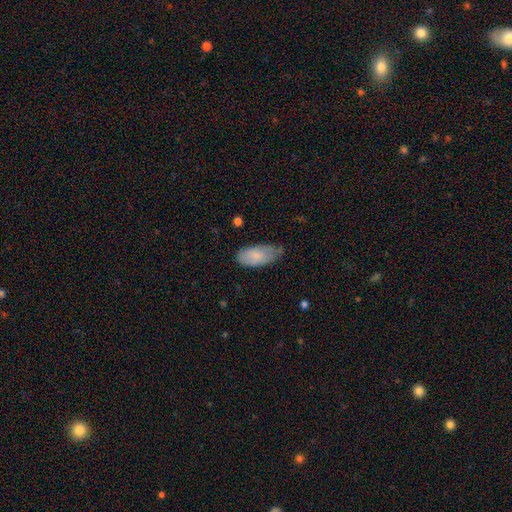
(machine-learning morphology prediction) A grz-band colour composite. It shows a smooth galaxy with no disk features (80%) that is in between round and cigar-shaped (92%). Merging: none (53%).